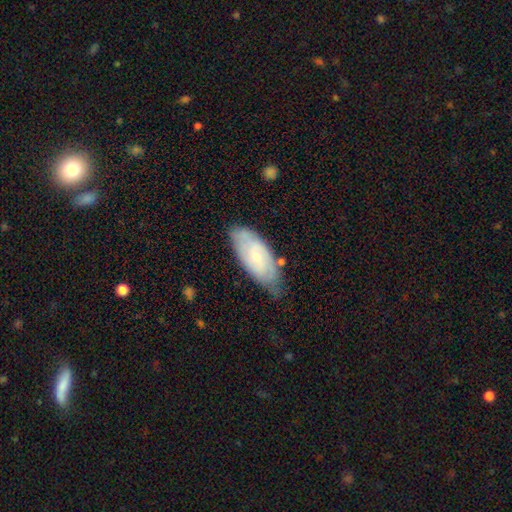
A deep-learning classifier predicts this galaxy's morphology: smooth_or_featured: smooth (p=0.48) [alt: featured or disk p=0.46]
merging: none (p=0.65) [alt: minor disturbance p=0.28]